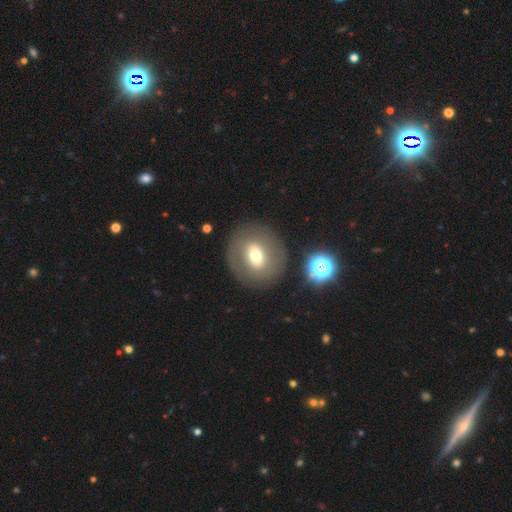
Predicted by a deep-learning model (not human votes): Morphology: type=smooth (50%); merging=none (81%).